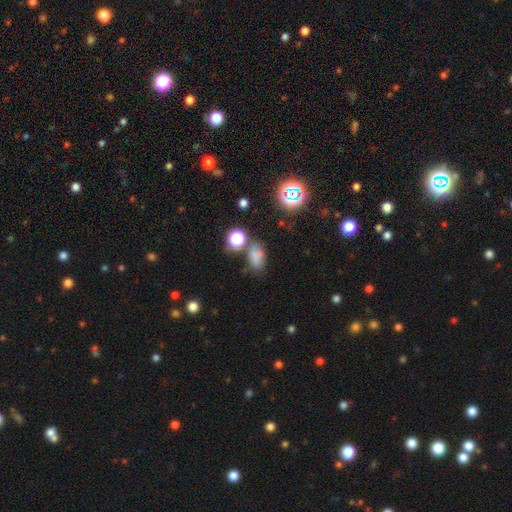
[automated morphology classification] This is likely a smooth galaxy (70%). How rounded: clearly in between (81%). Merging: possibly none (60%).